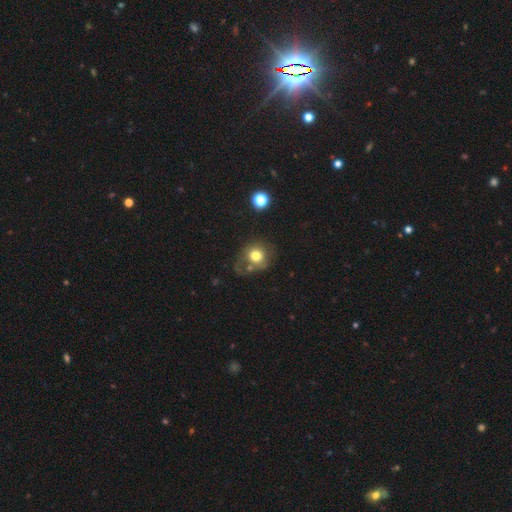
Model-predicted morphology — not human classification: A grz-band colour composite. It shows a smooth galaxy with no disk features (72%) that is round (80%). Merging: none (47%).